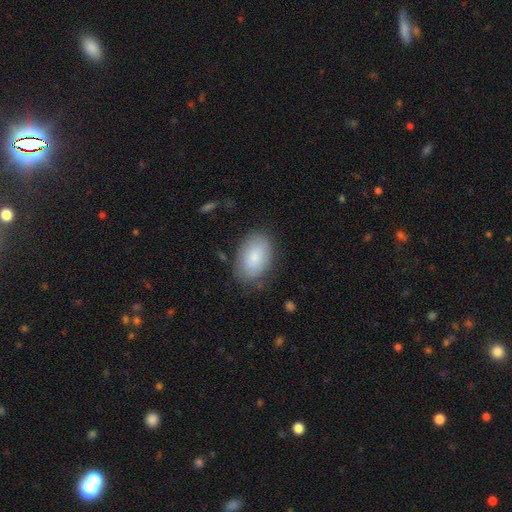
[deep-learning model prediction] smooth_or_featured: smooth (p=0.83) [alt: featured or disk p=0.11]
how_rounded: in between (p=0.91) [alt: round p=0.08]
merging: none (p=0.78) [alt: minor disturbance p=0.16]